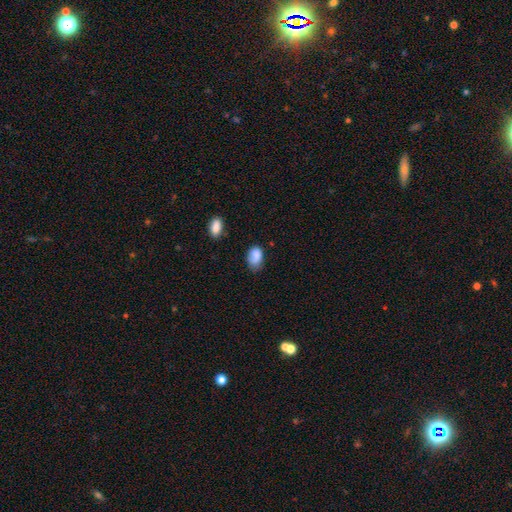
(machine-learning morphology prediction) Overall: smooth (83%). How rounded: in between (85%). Merging: none (52%; minor disturbance 34%).